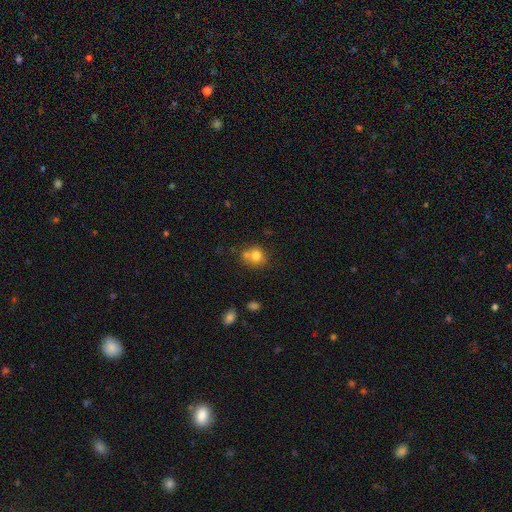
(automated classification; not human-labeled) This is likely a smooth galaxy (75%). How rounded: likely round (78%). Merging: possibly none (49%).